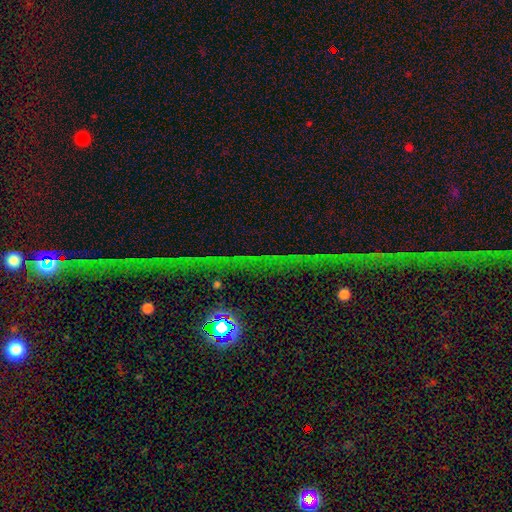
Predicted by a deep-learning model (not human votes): smooth-or-featured: star or artifact: 75% | featured or disk: 14% | smooth: 11%